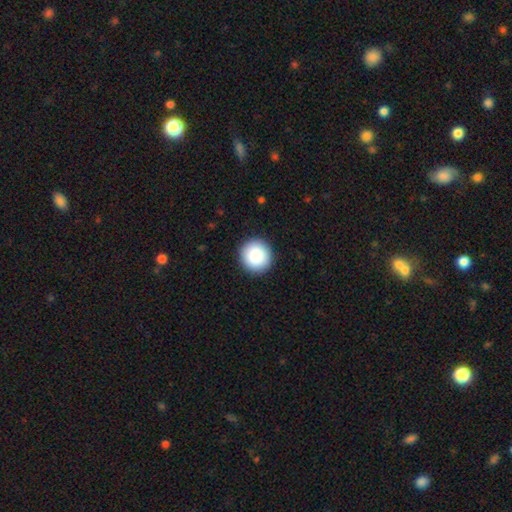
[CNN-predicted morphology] This appears to be a smooth galaxy with no disk features (88%) that is round (94%). Merging: none (92%).